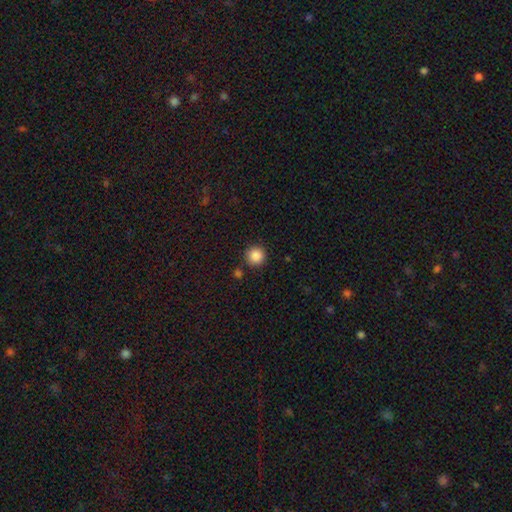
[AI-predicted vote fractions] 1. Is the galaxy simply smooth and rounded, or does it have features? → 87% smooth, 10% star or artifact, 4% featured or disk.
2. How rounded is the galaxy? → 95% round, 4% in between, 1% cigar-shaped.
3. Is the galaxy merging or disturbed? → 88% none, 6% minor disturbance, 4% merger, 2% major disturbance.